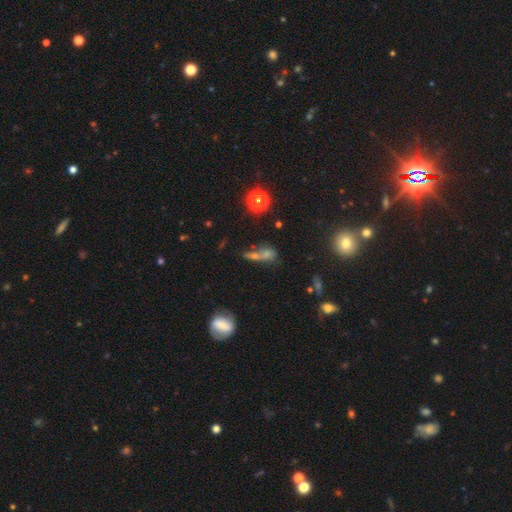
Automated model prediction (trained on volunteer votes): Smooth or featured: smooth — 51% (star or artifact — 26%)
How rounded: in between — 38% (round — 34%)
Merging: merger — 40% (none — 39%)